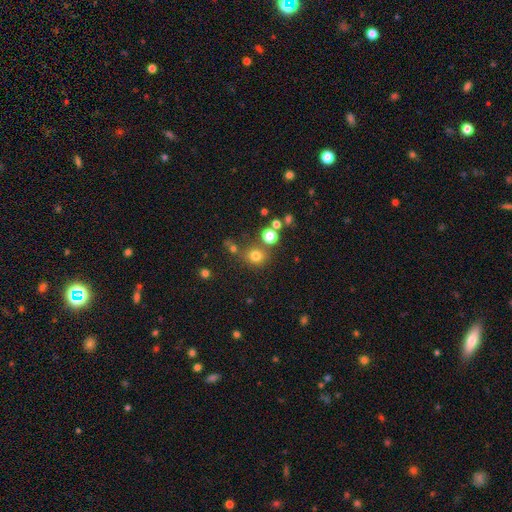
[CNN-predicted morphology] Overall: smooth (74%). How rounded: round (87%). Merging: none (73%).